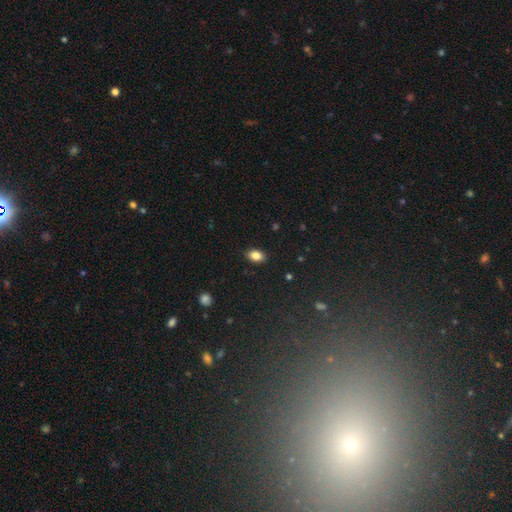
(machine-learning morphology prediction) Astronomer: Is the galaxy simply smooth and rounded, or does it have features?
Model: smooth — 84%.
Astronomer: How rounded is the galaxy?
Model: in between — 86%.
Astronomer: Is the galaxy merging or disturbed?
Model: none — 88%.